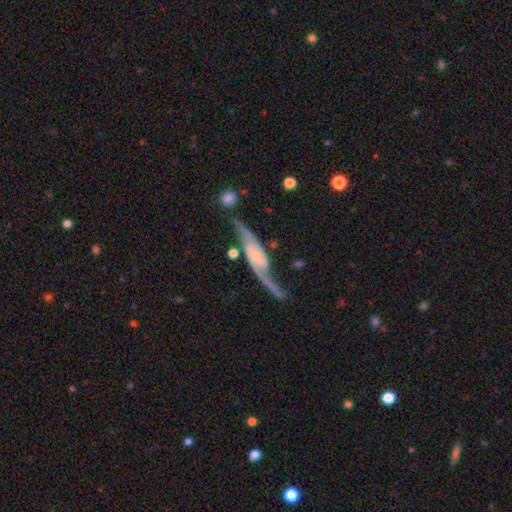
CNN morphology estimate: A featured or disk galaxy (88%) with no bar (45%), 2 (92%) loose (63%) spiral arms (96%) and a small central bulge (56%). Merging: none (60%).